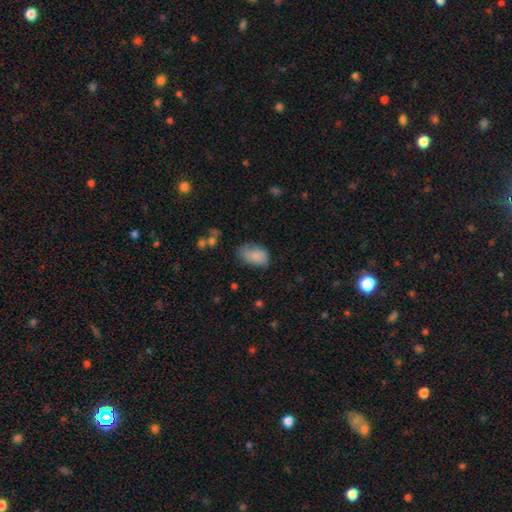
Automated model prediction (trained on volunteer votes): Smooth or featured: smooth — 83% (featured or disk — 9%)
How rounded: in between — 90% (round — 8%)
Merging: none — 58% (minor disturbance — 30%)